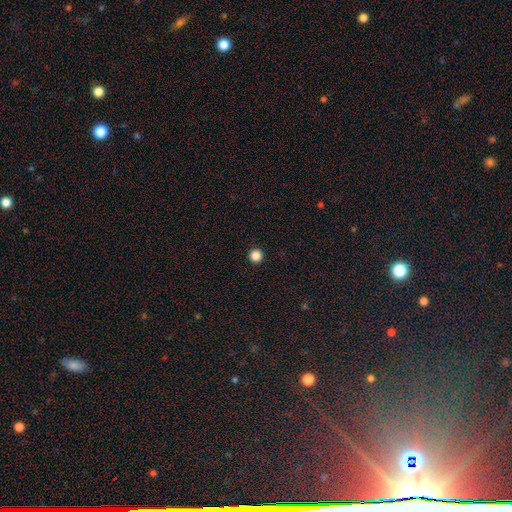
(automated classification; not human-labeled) Smooth or featured? Predicted: smooth (p=0.86). How rounded? Predicted: round (p=0.97). Merging? Predicted: none (p=0.94).